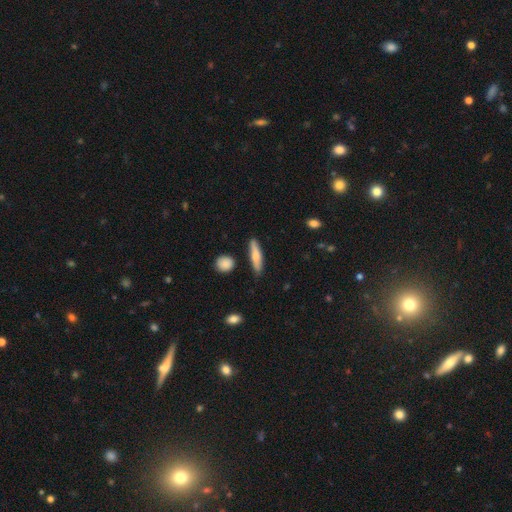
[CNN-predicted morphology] smooth 68%, featured or disk 26%, star or artifact 6%. Down the decision tree: how rounded — cigar-shaped (80%); merging — none (84%).